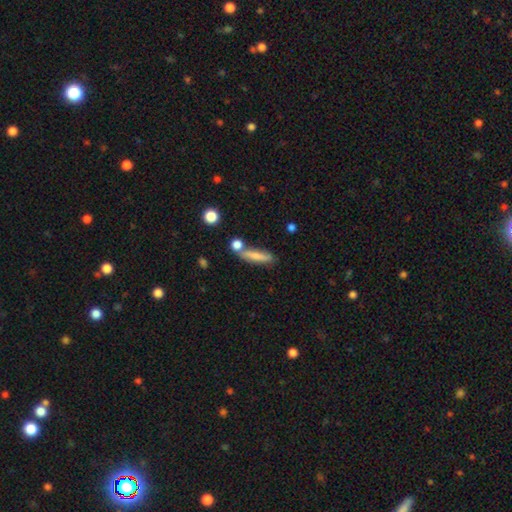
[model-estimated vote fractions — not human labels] smooth_or_featured: smooth (p=0.70) [alt: featured or disk p=0.22]
how_rounded: cigar-shaped (p=0.74) [alt: in between p=0.22]
merging: none (p=0.62) [alt: merger p=0.17]